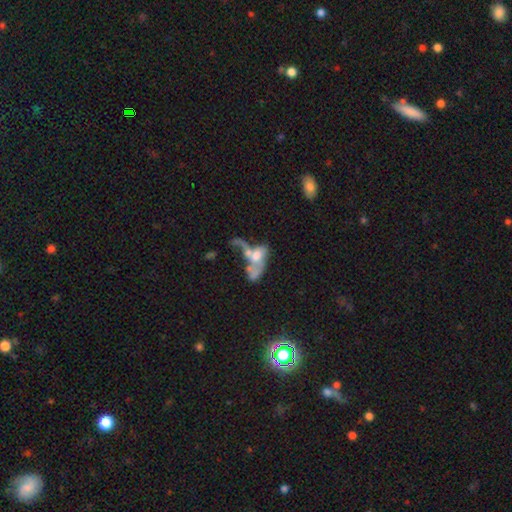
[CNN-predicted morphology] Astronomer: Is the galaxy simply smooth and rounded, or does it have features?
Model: featured or disk — 54% (runner-up: smooth, 36%).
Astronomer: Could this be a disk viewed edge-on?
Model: no — 93%.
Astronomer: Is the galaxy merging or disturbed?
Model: merger — 56%.